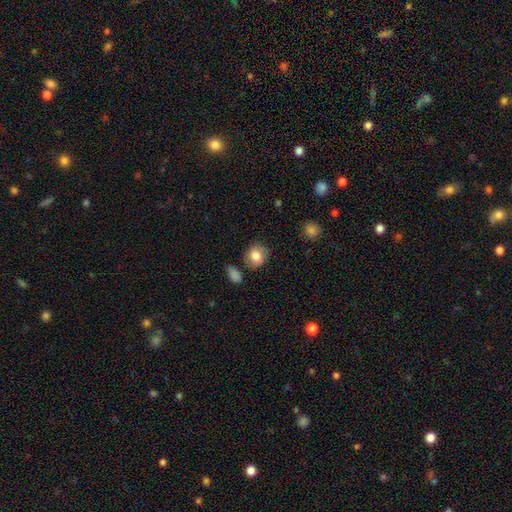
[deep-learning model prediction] Smooth or featured? smooth (81%)
How rounded? round (71%)
Merging? none (75%)